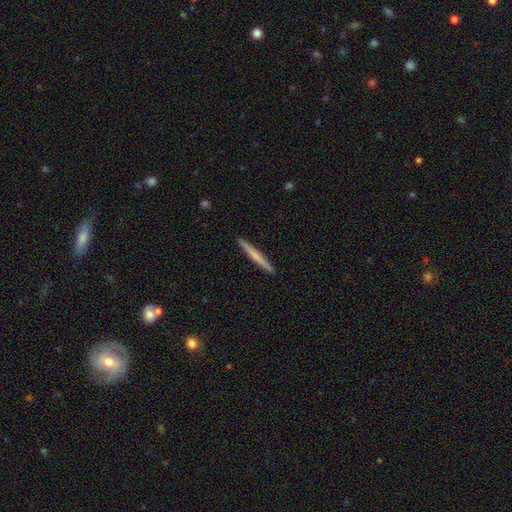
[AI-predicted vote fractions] Smooth or featured? Predicted: smooth (p=0.59). How rounded? Predicted: cigar-shaped (p=0.97). Merging? Predicted: none (p=0.93).